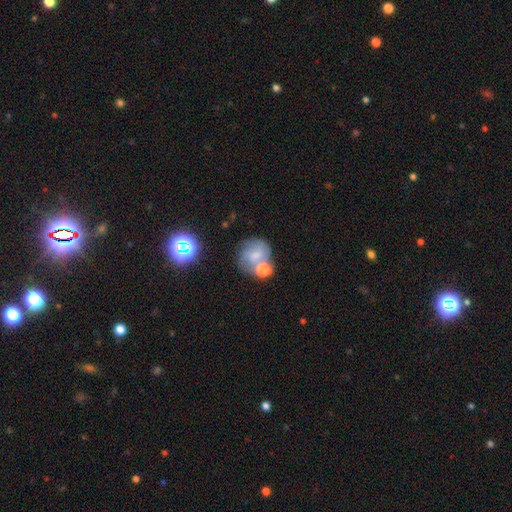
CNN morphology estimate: Smooth or featured: smooth — 46% (featured or disk — 40%)
Merging: none — 43% (merger — 29%)